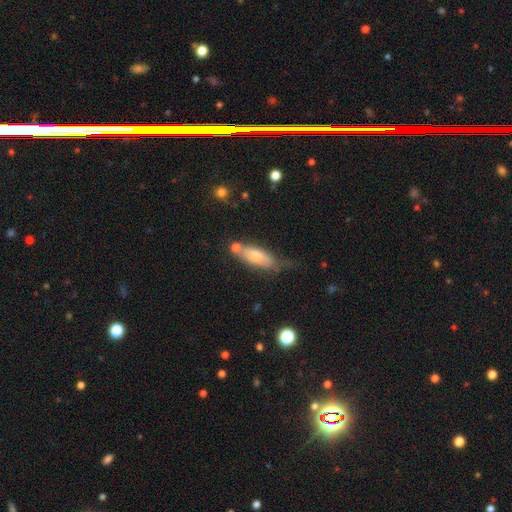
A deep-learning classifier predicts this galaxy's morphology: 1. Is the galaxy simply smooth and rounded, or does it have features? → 67% smooth, 26% featured or disk, 7% star or artifact.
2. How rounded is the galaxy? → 64% in between, 33% cigar-shaped, 3% round.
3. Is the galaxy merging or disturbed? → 43% none, 29% minor disturbance, 16% merger, 12% major disturbance.